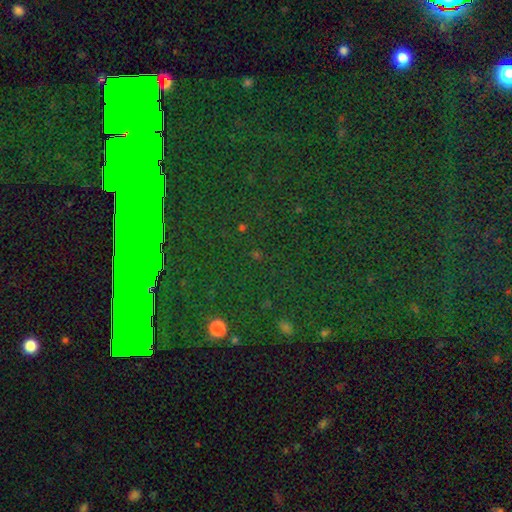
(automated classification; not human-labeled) A star or artifact, not a galaxy (77%).

Vote fractions:
- Smooth or featured? star or artifact: 77% / smooth: 12% / featured or disk: 11%